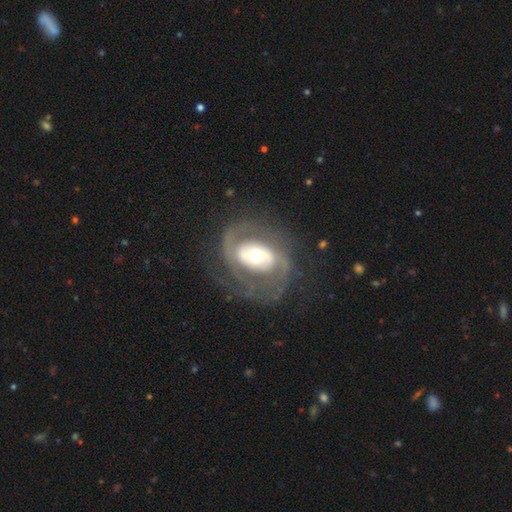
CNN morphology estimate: Overall: featured or disk (82%). Edge-on disk: no (96%). Bar: no (47%; weak 30%). Spiral arms: yes (87%). Spiral arm count: 2 (76%). Spiral winding: medium (44%; tight 38%). Bulge size: moderate (62%). Merging: none (67%).